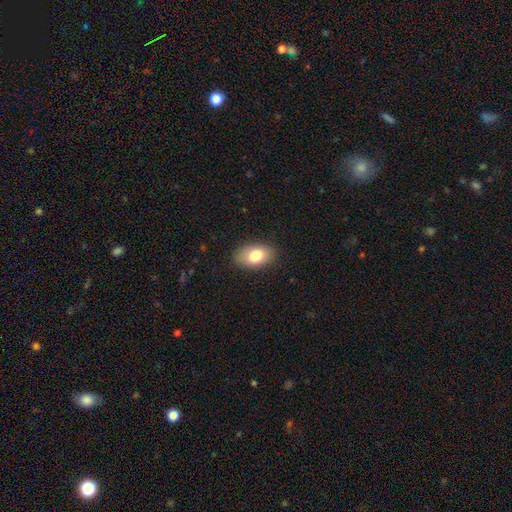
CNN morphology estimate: A smooth galaxy with no disk features (79%) that is in between round and cigar-shaped (91%).

Vote fractions:
- Smooth or featured? smooth: 79% / featured or disk: 13% / star or artifact: 8%
- How rounded? in between: 91% / round: 8% / cigar-shaped: 1%
- Merging? none: 86% / minor disturbance: 11% / major disturbance: 3% / merger: 1%